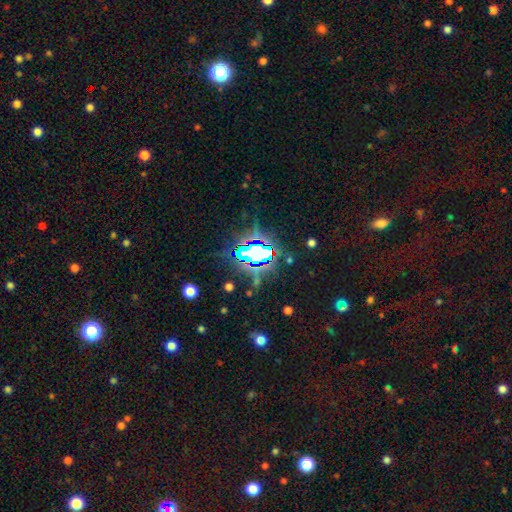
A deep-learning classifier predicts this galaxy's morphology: This appears to be a star or artifact, not a galaxy (69%).